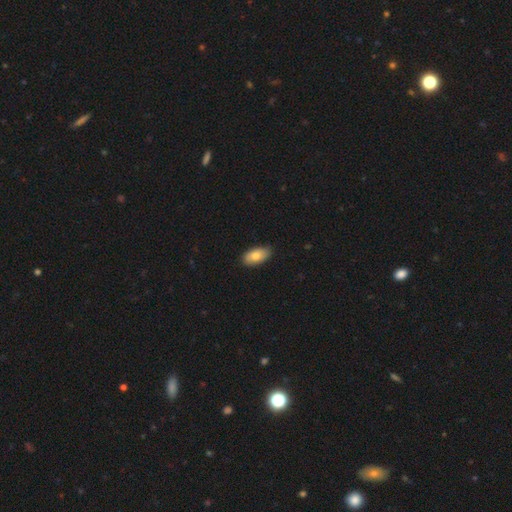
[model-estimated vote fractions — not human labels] Smooth or featured: smooth — 79% (featured or disk — 15%)
How rounded: in between — 93% (cigar-shaped — 4%)
Merging: none — 84% (minor disturbance — 13%)